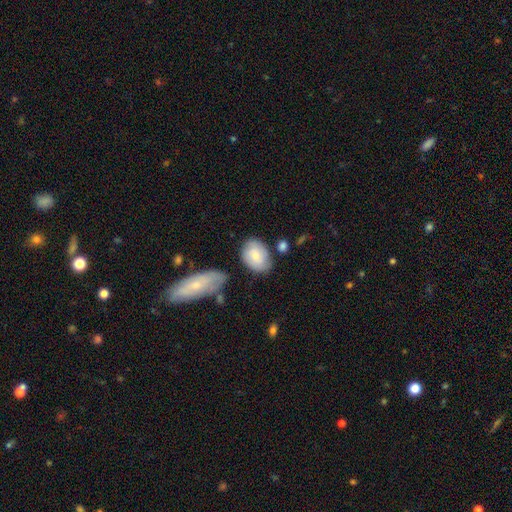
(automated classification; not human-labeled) Overall: smooth (69%). How rounded: in between (71%). Merging: none (66%).